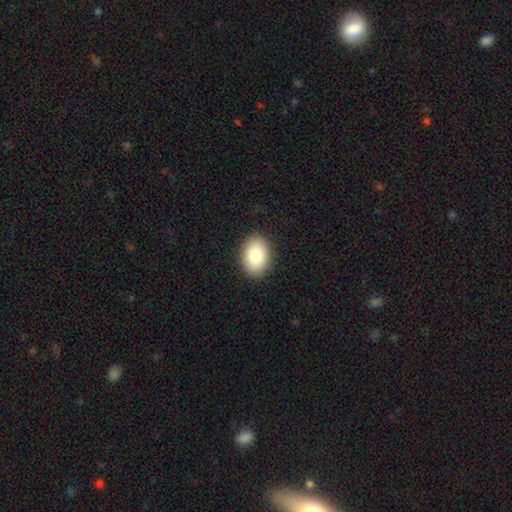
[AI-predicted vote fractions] Smooth or featured: smooth — 87% (star or artifact — 7%)
How rounded: in between — 78% (round — 21%)
Merging: none — 89% (minor disturbance — 8%)